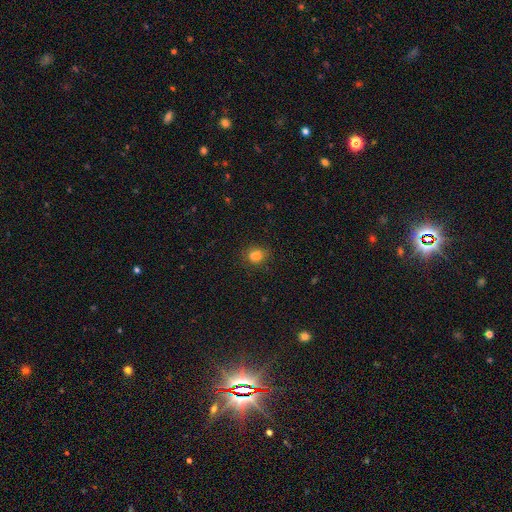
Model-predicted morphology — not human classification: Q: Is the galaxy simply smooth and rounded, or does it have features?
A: smooth — 78%.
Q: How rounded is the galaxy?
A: round — 59%.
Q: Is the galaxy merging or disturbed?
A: none — 67%.